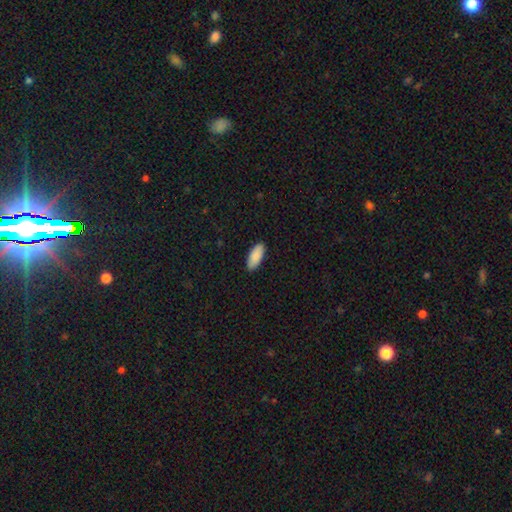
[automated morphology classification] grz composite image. It shows a smooth galaxy with no disk features (90%) that is in between round and cigar-shaped (83%). Merging: none (89%).